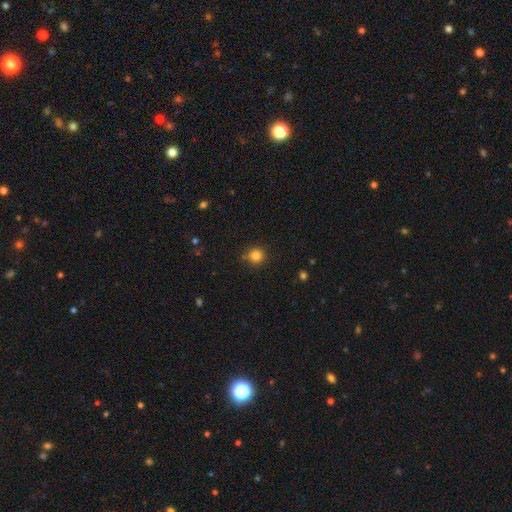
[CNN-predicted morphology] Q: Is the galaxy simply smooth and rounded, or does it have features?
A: smooth — 84%.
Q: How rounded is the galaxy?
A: round — 91%.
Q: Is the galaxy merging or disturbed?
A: none — 85%.